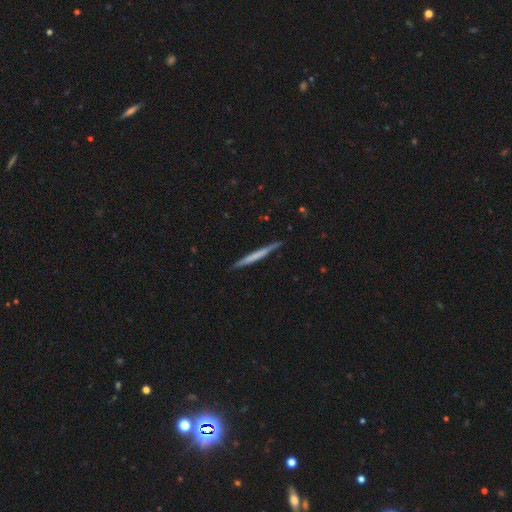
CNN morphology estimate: Overall: smooth (51%; featured or disk 44%). How rounded: cigar-shaped (97%). Merging: none (90%).